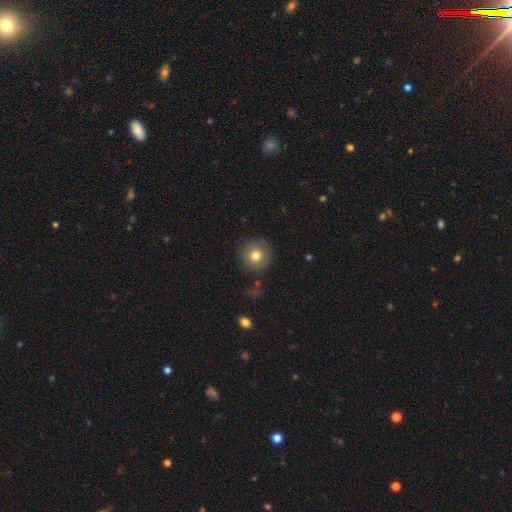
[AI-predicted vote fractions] smooth-or-featured: smooth: 76% | featured or disk: 13% | star or artifact: 11%
  how-rounded: round: 94% | in between: 5% | cigar-shaped: 1%
  merging: none: 86% | minor disturbance: 9% | major disturbance: 3% | merger: 2%